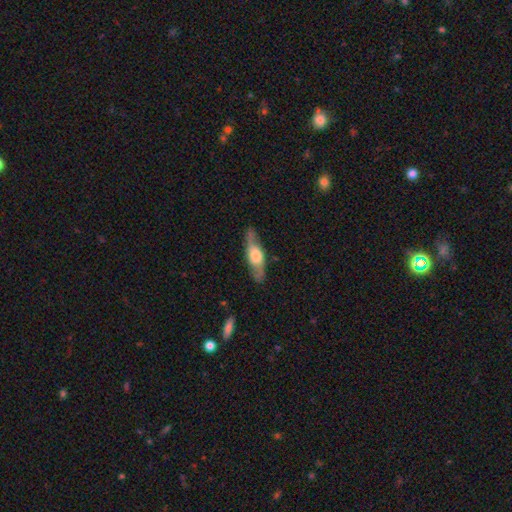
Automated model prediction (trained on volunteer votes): Q: Smooth or featured?
A: featured or disk (59%); runner-up: smooth (36%)
Q: Edge-on disk?
A: yes (57%); runner-up: no (43%)
Q: Merging?
A: none (81%); runner-up: minor disturbance (14%)